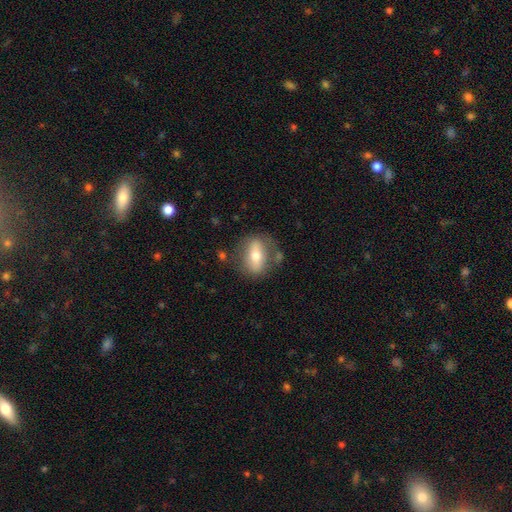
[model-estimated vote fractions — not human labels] Smooth or featured: smooth — 48% (featured or disk — 44%)
Merging: none — 69% (minor disturbance — 17%)